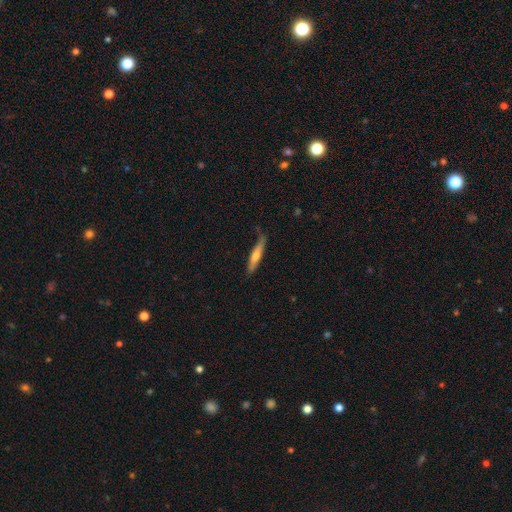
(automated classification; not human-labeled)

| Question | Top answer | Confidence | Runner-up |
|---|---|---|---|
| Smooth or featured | smooth | 49% | featured or disk (46%) |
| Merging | none | 63% | minor disturbance (27%) |